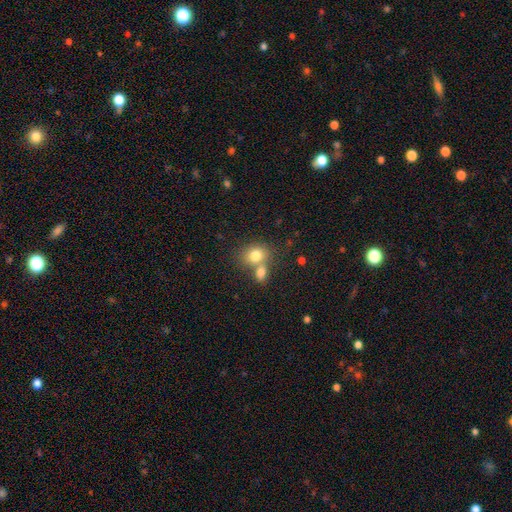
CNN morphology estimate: The model was most divided on "how rounded": round: 52%, in between: 47%, cigar-shaped: 1%. Remaining: smooth or featured — smooth (78%); merging — merger (47%).